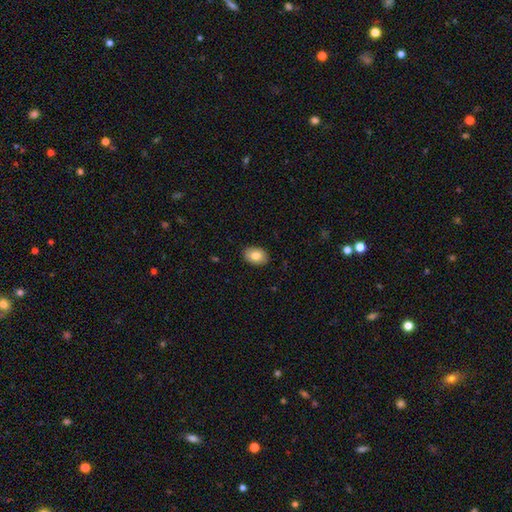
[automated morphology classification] type=smooth (81%); roundness=in between (83%); merging=none (90%).